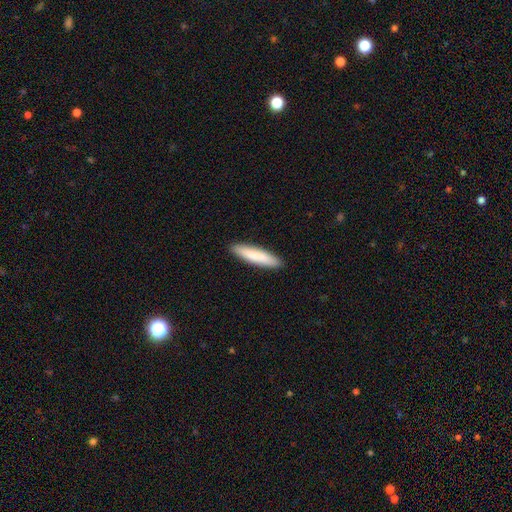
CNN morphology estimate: This appears to be a smooth galaxy with no disk features (83%) that is cigar-shaped (84%). Merging: none (91%).